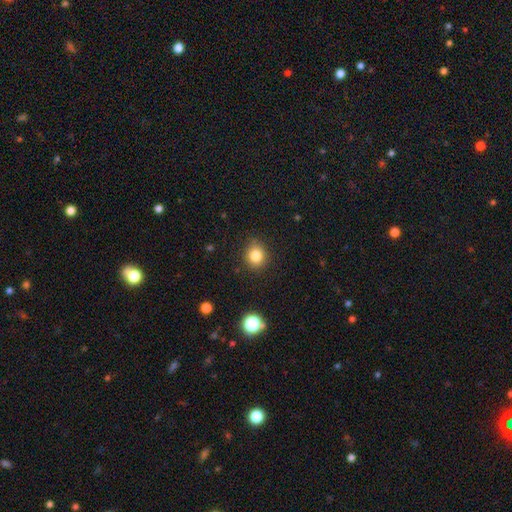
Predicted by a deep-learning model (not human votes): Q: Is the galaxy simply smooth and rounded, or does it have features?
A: smooth — 82%.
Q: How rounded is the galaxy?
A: round — 78%.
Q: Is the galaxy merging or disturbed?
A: none — 87%.